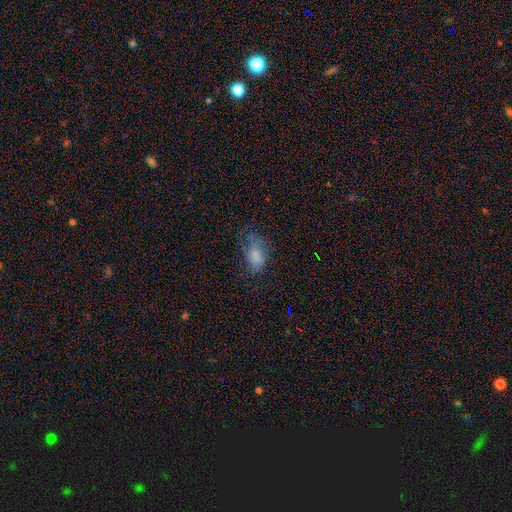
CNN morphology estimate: This appears to be a smooth galaxy with no disk features (68%) that is in between round and cigar-shaped (90%). Merging: none (42%).